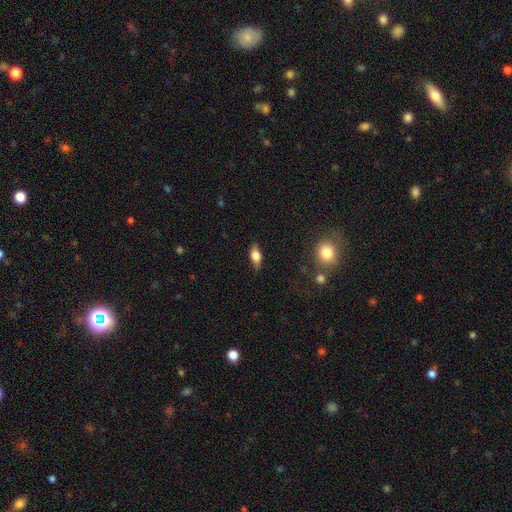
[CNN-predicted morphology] The model was most divided on "smooth or featured": smooth: 69%, featured or disk: 23%, star or artifact: 8%. More confident: merging — none (83%); how rounded — in between (80%).